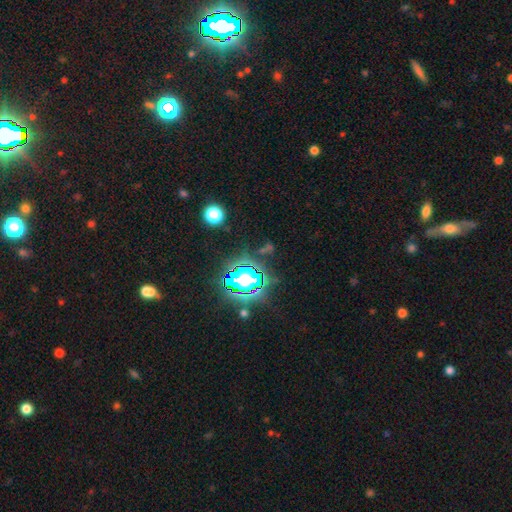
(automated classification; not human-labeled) Morphology: type=star or artifact (82%).